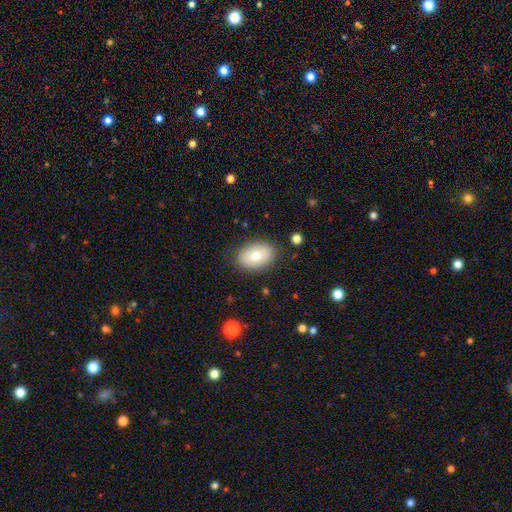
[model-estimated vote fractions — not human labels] Overall: smooth (73%). How rounded: in between (84%). Merging: none (84%).